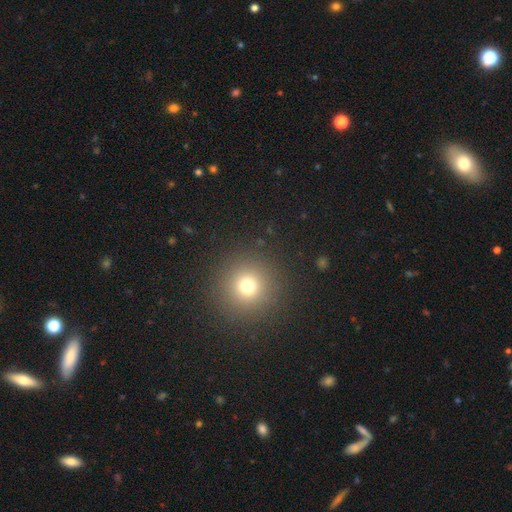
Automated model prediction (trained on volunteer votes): Smooth or featured: smooth — 60% (star or artifact — 32%)
How rounded: round — 95% (in between — 4%)
Merging: none — 92% (minor disturbance — 4%)